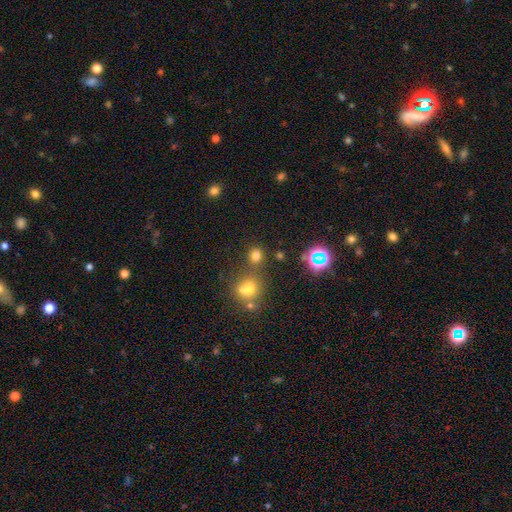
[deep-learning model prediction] Smooth or featured? smooth (69%)
How rounded? round (77%)
Merging? none (69%)